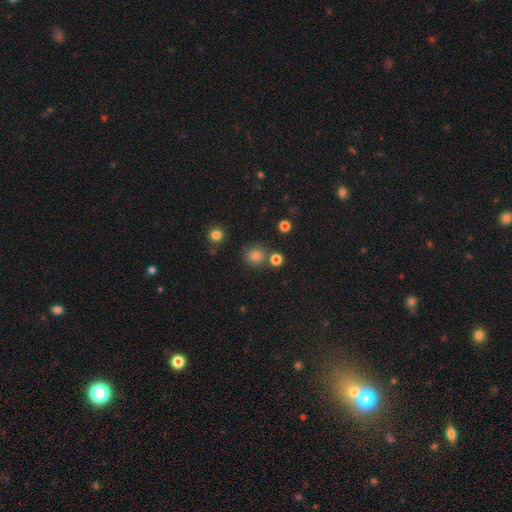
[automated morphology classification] Smooth or featured? Predicted: smooth (p=0.80). How rounded? Predicted: round (p=0.90). Merging? Predicted: none (p=0.78).